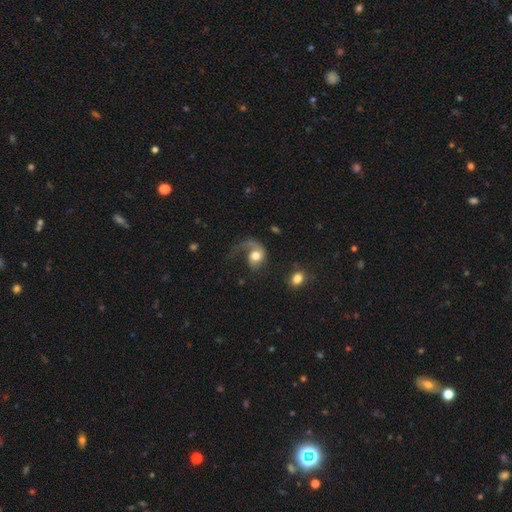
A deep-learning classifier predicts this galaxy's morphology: featured or disk 57%, smooth 35%, star or artifact 8%. Down the decision tree: edge-on disk — no (97%); bar — no (76%); spiral arms — yes (86%); bulge size — moderate (54%); merging — major disturbance (54%).